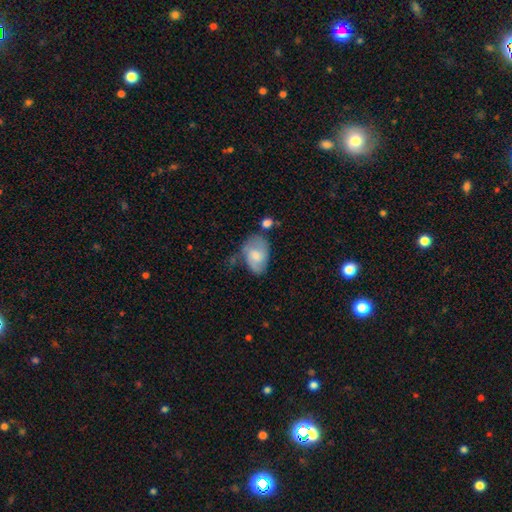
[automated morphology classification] The model was most divided on "merging": none: 41%, minor disturbance: 32%, major disturbance: 16%, merger: 10%. More confident: how rounded — in between (86%); smooth or featured — smooth (57%).